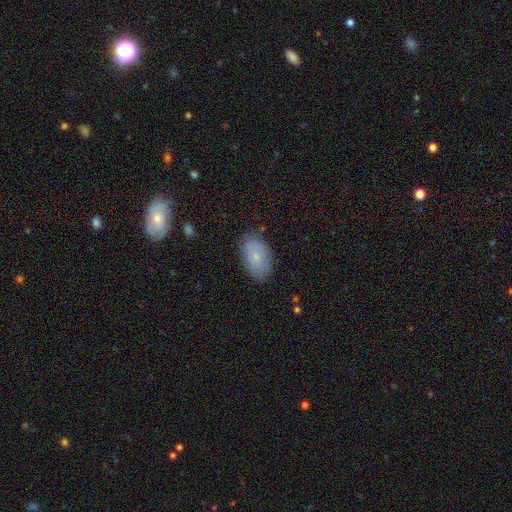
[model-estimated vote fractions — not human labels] Smooth or featured? Predicted: smooth (p=0.75). How rounded? Predicted: in between (p=0.93). Merging? Predicted: none (p=0.79).